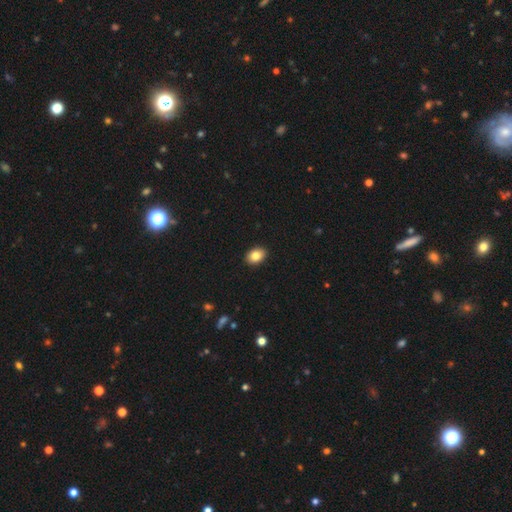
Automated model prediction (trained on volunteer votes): Smooth or featured: smooth — 84% (star or artifact — 9%)
How rounded: in between — 76% (round — 23%)
Merging: none — 91% (minor disturbance — 6%)